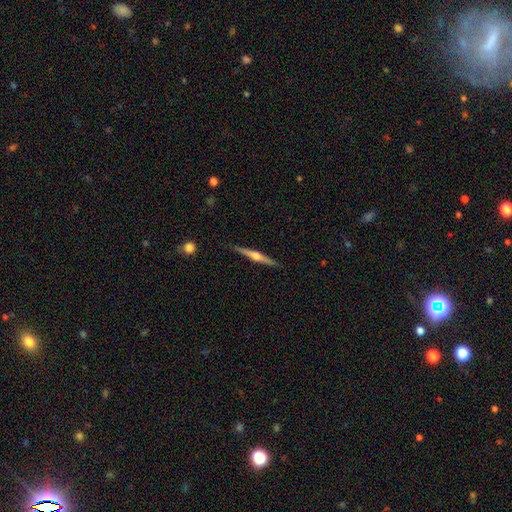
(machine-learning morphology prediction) Smooth or featured?
  - featured or disk: 74% *
  - smooth: 21%
  - star or artifact: 5%
Edge-on disk?
  - yes: 98% *
  - no: 2%
Edge-on bulge?
  - rounded: 92% *
  - boxy: 5%
  - none: 4%
Merging?
  - none: 90% *
  - minor disturbance: 8%
  - major disturbance: 1%
  - merger: 1%